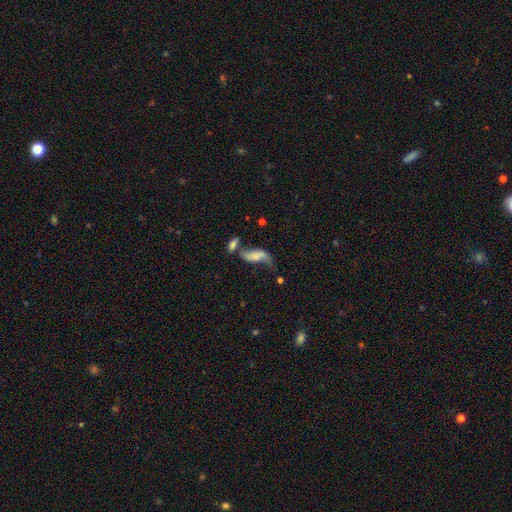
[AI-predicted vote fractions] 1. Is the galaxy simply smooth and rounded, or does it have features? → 49% featured or disk, 42% smooth, 9% star or artifact.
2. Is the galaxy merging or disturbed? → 29% merger (tied), 29% none (tied), 21% minor disturbance, 21% major disturbance.